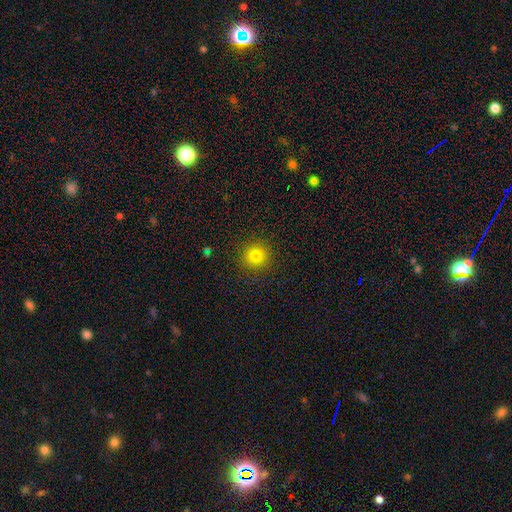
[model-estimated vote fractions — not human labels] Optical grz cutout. It shows a smooth galaxy with no disk features (81%) that is round (94%). Merging: none (91%).